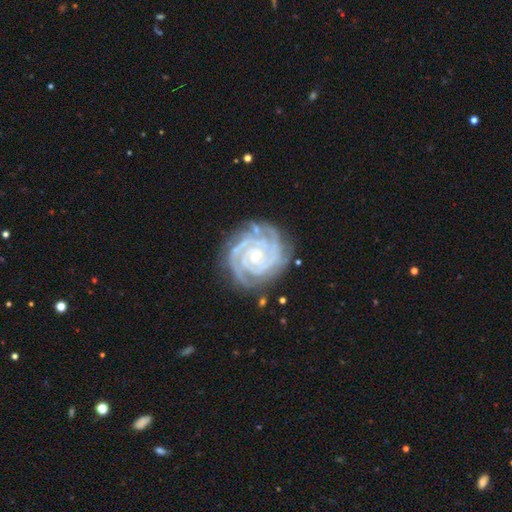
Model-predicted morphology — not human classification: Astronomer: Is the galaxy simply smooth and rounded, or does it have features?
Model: featured or disk — 91%.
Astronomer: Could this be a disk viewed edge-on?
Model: no — 98%.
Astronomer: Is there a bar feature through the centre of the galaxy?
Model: no — 74%.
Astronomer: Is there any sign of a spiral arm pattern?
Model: yes — 98%.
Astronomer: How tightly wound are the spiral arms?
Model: tight — 84%.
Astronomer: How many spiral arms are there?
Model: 3 — 30% (runner-up: 2, 24%).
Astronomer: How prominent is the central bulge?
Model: small — 78%.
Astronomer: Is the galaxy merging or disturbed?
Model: none — 78%.